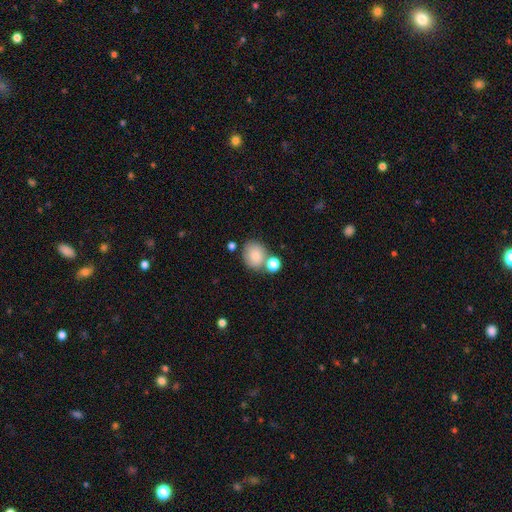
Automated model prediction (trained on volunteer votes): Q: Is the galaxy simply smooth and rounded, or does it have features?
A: smooth — 81%.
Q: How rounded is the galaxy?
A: round — 60%.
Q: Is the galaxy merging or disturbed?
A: none — 56%.